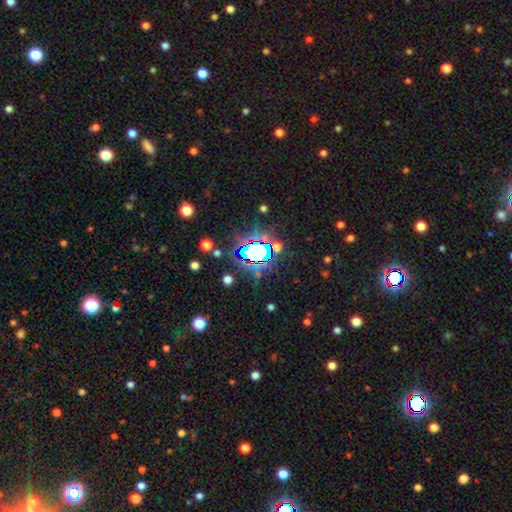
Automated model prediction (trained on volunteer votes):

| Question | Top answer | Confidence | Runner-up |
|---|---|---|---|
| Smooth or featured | star or artifact | 66% | smooth (22%) |